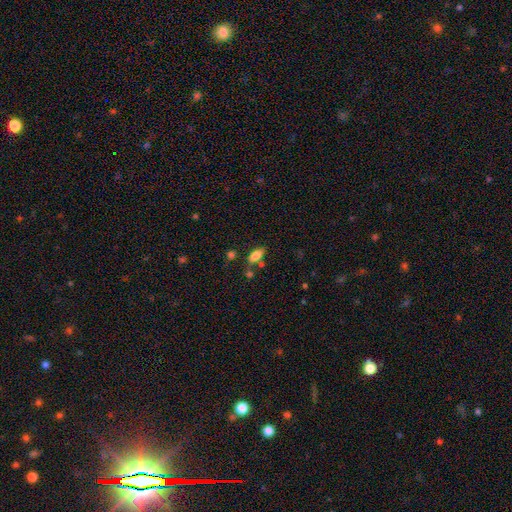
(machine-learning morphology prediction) This is likely a smooth galaxy (80%). How rounded: clearly in between (83%). Merging: likely none (69%).